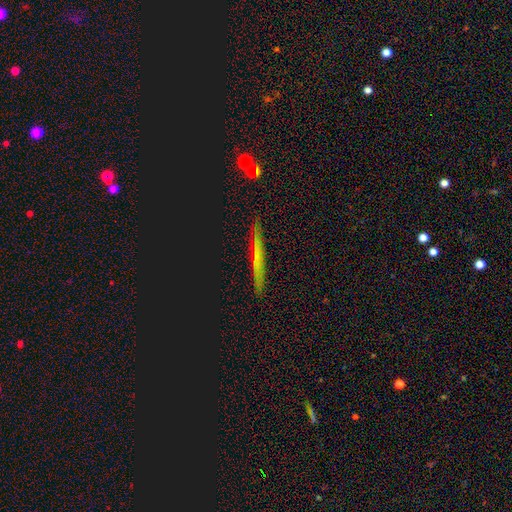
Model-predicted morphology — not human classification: This appears to be a smooth galaxy with no disk features (45%). Merging: none (90%).